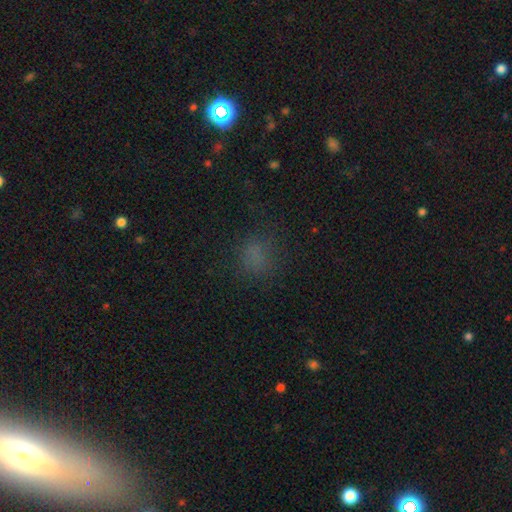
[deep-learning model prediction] Smooth or featured? Predicted: smooth (p=0.68). How rounded? Predicted: round (p=0.64). Merging? Predicted: none (p=0.72).